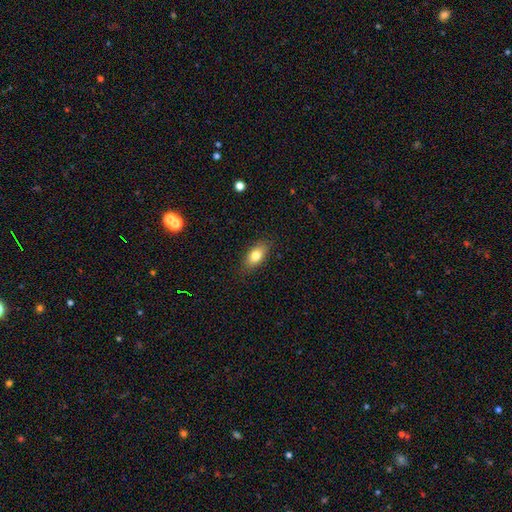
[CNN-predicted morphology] A smooth galaxy with no disk features (80%) that is in between round and cigar-shaped (87%).

Vote fractions:
- Smooth or featured? smooth: 80% / featured or disk: 13% / star or artifact: 8%
- How rounded? in between: 87% / cigar-shaped: 7% / round: 6%
- Merging? none: 85% / minor disturbance: 12% / major disturbance: 3% / merger: 1%